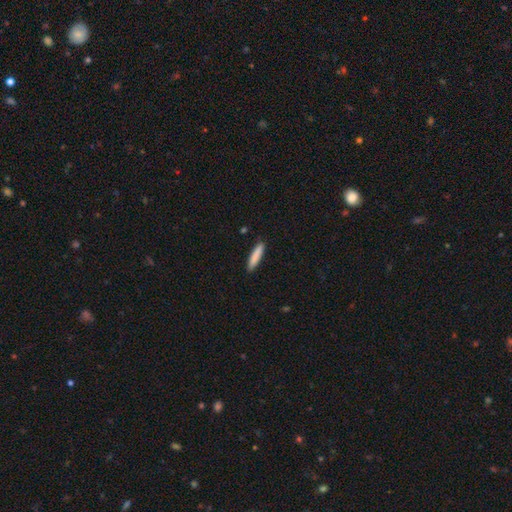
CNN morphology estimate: Smooth or featured? Predicted: smooth (p=0.86). How rounded? Predicted: cigar-shaped (p=0.87). Merging? Predicted: none (p=0.89).